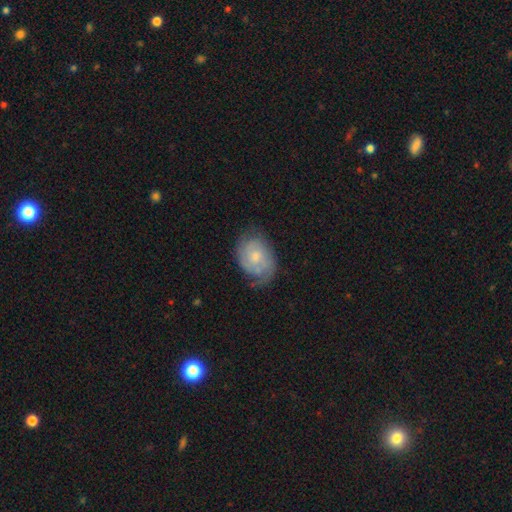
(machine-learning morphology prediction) type=featured or disk (64%); edge-on=no (97%); bar=no (71%); spiral arms=yes (88%); winding=tight (54%); arm count=2 (50%); bulge=moderate (46%); merging=none (65%).